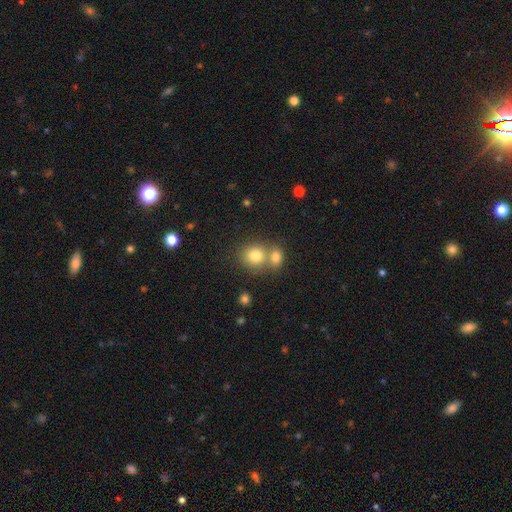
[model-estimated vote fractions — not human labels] Smooth or featured: smooth — 79% (star or artifact — 11%)
How rounded: round — 75% (in between — 24%)
Merging: merger — 47% (none — 43%)